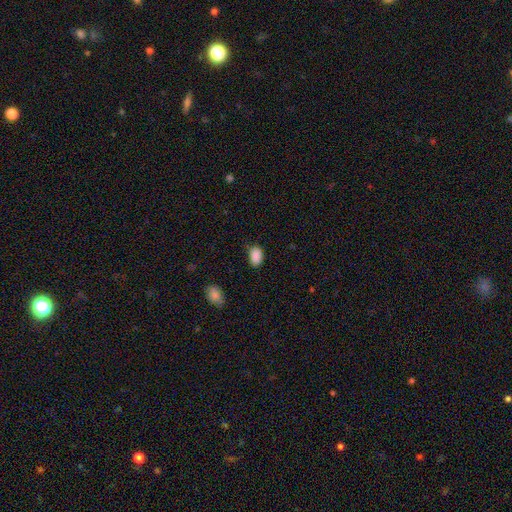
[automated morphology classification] A smooth galaxy with no disk features (88%) that is in between round and cigar-shaped (87%). Merging: none (75%).